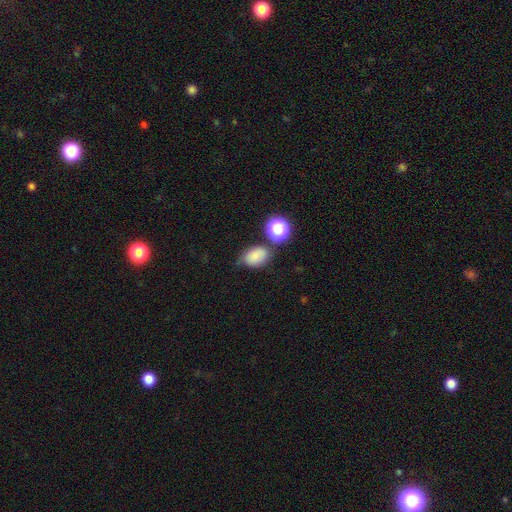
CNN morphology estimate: A smooth galaxy with no disk features (76%) that is in between round and cigar-shaped (77%).

Vote fractions:
- Smooth or featured? smooth: 76% / star or artifact: 14% / featured or disk: 10%
- How rounded? in between: 77% / round: 22% / cigar-shaped: 1%
- Merging? none: 58% / minor disturbance: 25% / merger: 10% / major disturbance: 7%